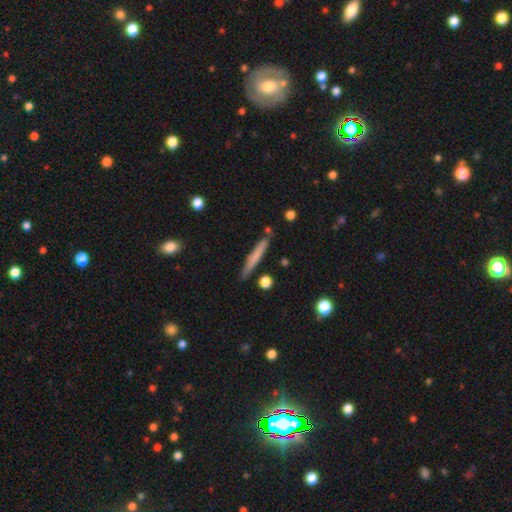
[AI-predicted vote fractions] The model was most divided on "smooth or featured": smooth: 65%, featured or disk: 29%, star or artifact: 6%. More confident: how rounded — cigar-shaped (95%); merging — none (85%).